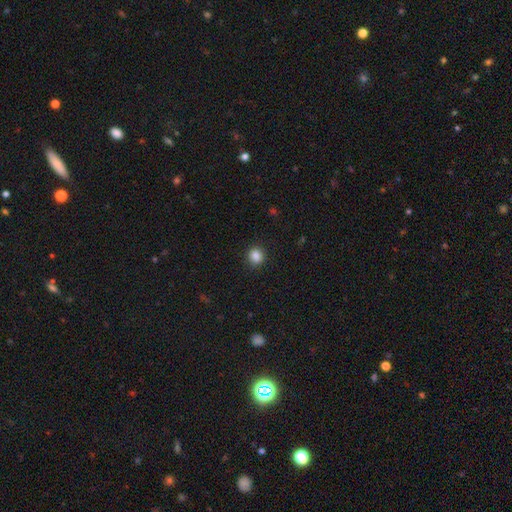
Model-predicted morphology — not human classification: Q: Smooth or featured?
A: smooth (86%); runner-up: star or artifact (10%)
Q: How rounded?
A: round (80%); runner-up: in between (19%)
Q: Merging?
A: none (90%); runner-up: minor disturbance (7%)